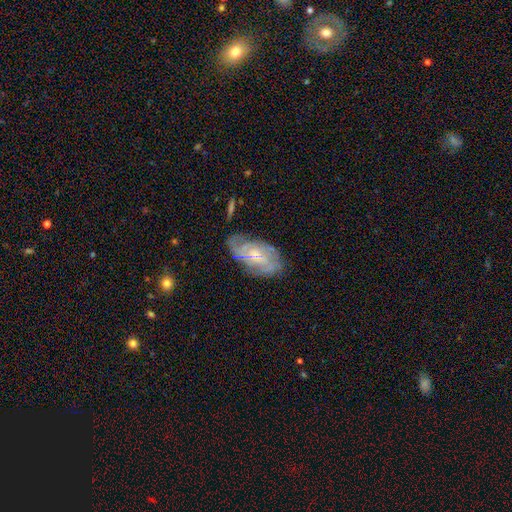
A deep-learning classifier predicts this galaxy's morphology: Smooth or featured? Predicted: featured or disk (p=0.77). Edge-on disk? Predicted: no (p=0.95). Bar? Predicted: no (p=0.50). Spiral arms? Predicted: yes (p=0.90). Spiral winding? Predicted: tight (p=0.51). Spiral arm count? Predicted: can't tell (p=0.39). Bulge size? Predicted: small (p=0.68). Merging? Predicted: none (p=0.65).